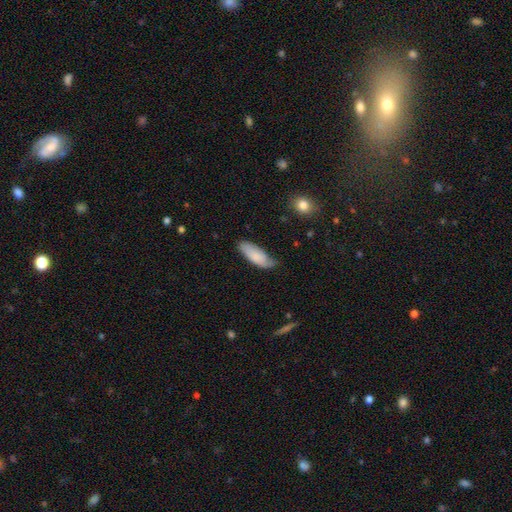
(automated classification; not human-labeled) Q: Smooth or featured?
A: smooth (79%); runner-up: featured or disk (15%)
Q: How rounded?
A: in between (75%); runner-up: cigar-shaped (23%)
Q: Merging?
A: none (56%); runner-up: minor disturbance (35%)